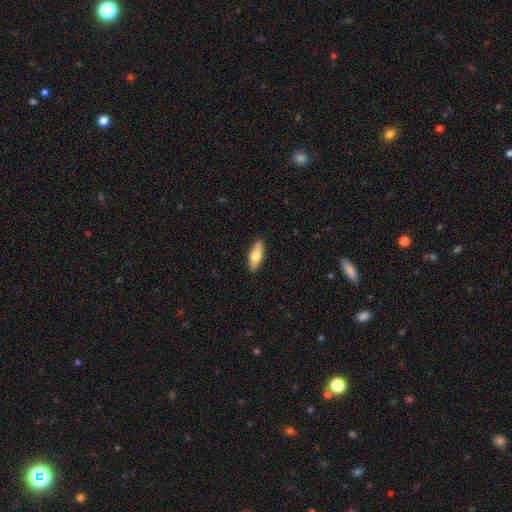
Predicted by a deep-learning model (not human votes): Smooth or featured: smooth — 68% (featured or disk — 27%)
How rounded: in between — 68% (cigar-shaped — 30%)
Merging: none — 89% (minor disturbance — 8%)